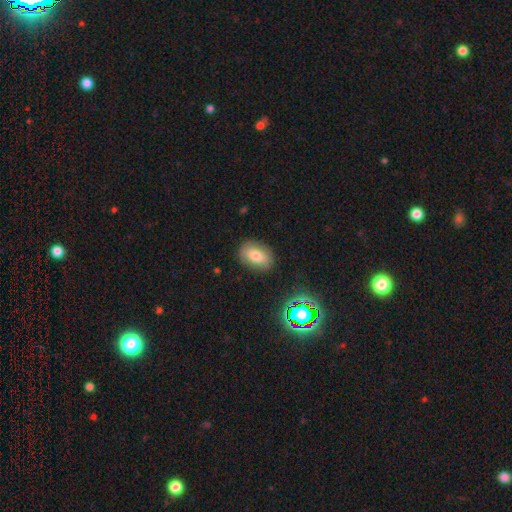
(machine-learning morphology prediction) smooth 75%, featured or disk 15%, star or artifact 10%. Down the decision tree: how rounded — in between (81%); merging — none (84%).